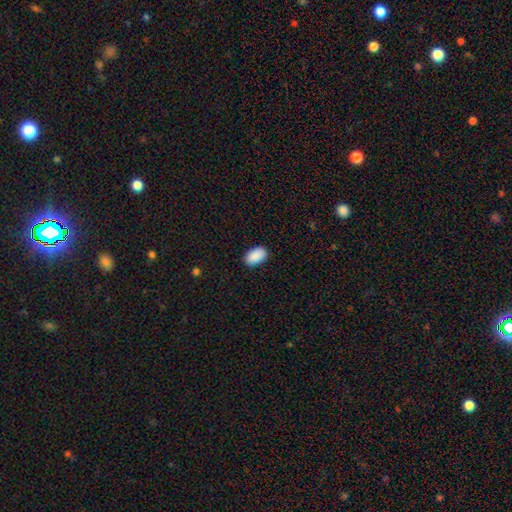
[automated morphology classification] The model was most divided on "merging": none: 89%, minor disturbance: 9%, major disturbance: 2%, merger: 1%. More confident: how rounded — in between (93%); smooth or featured — smooth (91%).